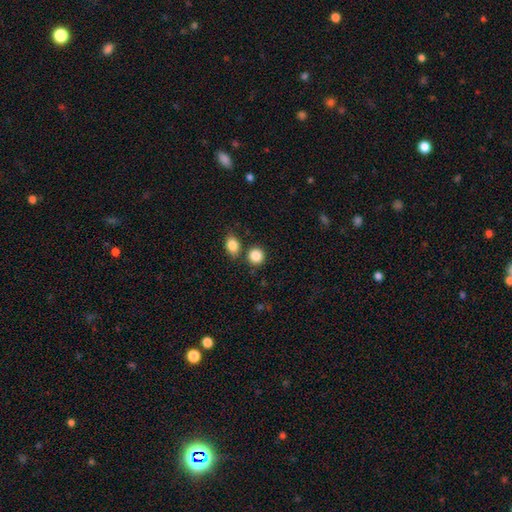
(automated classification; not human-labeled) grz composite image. It shows a smooth galaxy with no disk features (87%) that is round (84%). Merging: none (75%).